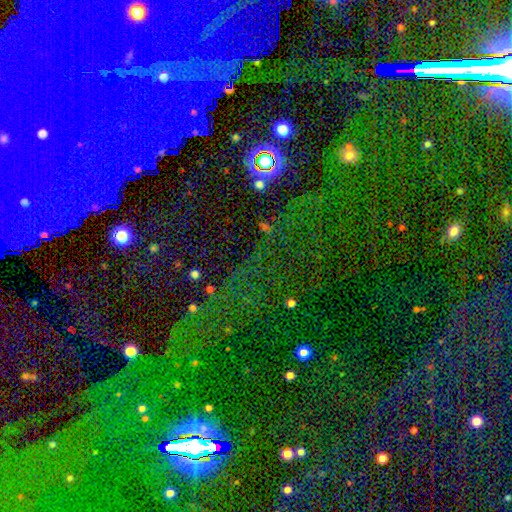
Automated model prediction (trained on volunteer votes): A star or artifact, not a galaxy (76%).

Vote fractions:
- Smooth or featured? star or artifact: 76% / smooth: 13% / featured or disk: 11%